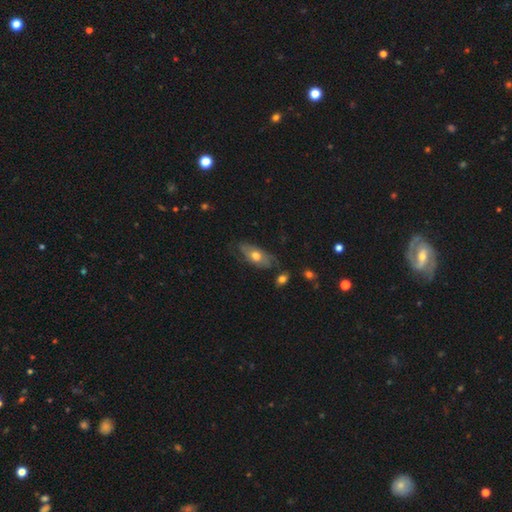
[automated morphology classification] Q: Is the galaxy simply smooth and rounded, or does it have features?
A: smooth — 52%.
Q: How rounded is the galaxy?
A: in between — 84%.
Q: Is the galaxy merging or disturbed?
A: none — 54%.